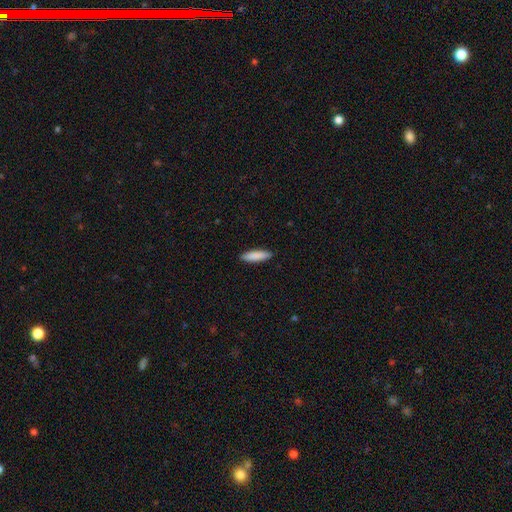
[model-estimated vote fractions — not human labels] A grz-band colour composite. It shows a smooth galaxy with no disk features (87%) that is cigar-shaped (70%). Merging: none (90%).